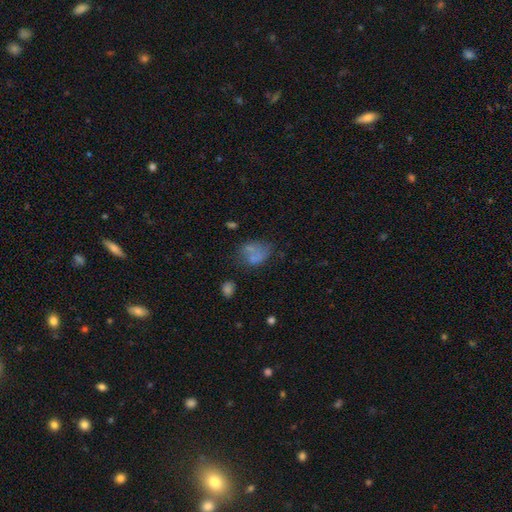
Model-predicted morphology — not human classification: This is likely a smooth galaxy (60%). How rounded: likely in between (76%). Merging: marginally none (37%).